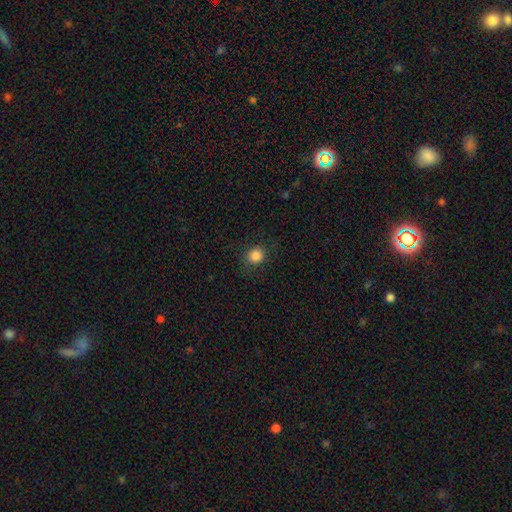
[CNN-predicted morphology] The model was most divided on "how rounded": round: 86%, in between: 13%, cigar-shaped: 1%. More confident: merging — none (86%); smooth or featured — smooth (85%).